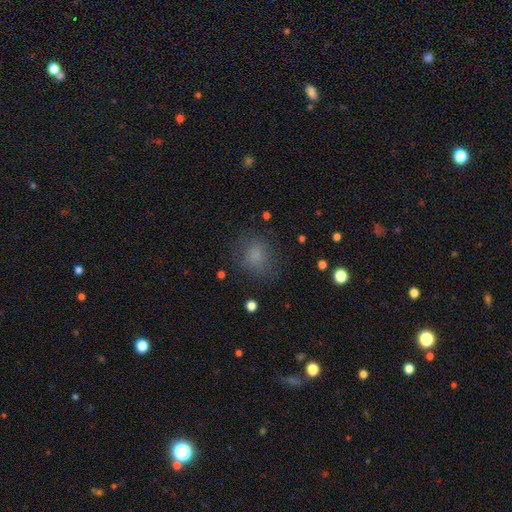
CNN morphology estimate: A smooth galaxy with no disk features (78%) that is round (73%).

Vote fractions:
- Smooth or featured? smooth: 78% / star or artifact: 15% / featured or disk: 8%
- How rounded? round: 73% / in between: 26% / cigar-shaped: 1%
- Merging? none: 75% / minor disturbance: 16% / major disturbance: 8% / merger: 2%